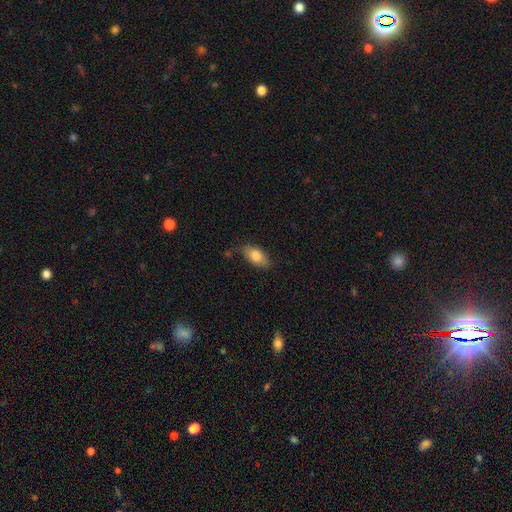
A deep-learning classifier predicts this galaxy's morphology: Q: Smooth or featured?
A: smooth (80%); runner-up: featured or disk (14%)
Q: How rounded?
A: in between (91%); runner-up: cigar-shaped (5%)
Q: Merging?
A: none (76%); runner-up: minor disturbance (19%)